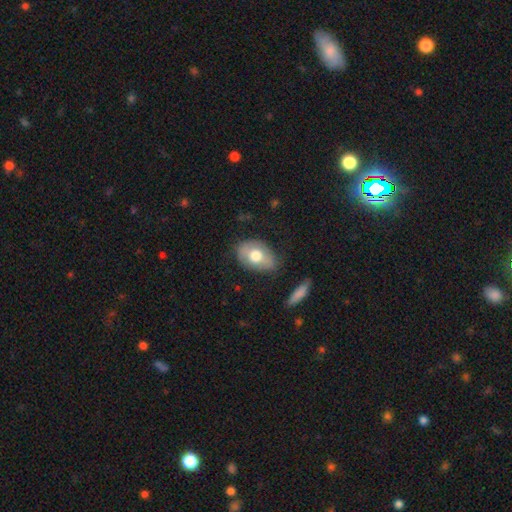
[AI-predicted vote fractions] smooth 63%, featured or disk 31%, star or artifact 6%. Down the decision tree: how rounded — in between (83%); merging — none (70%).